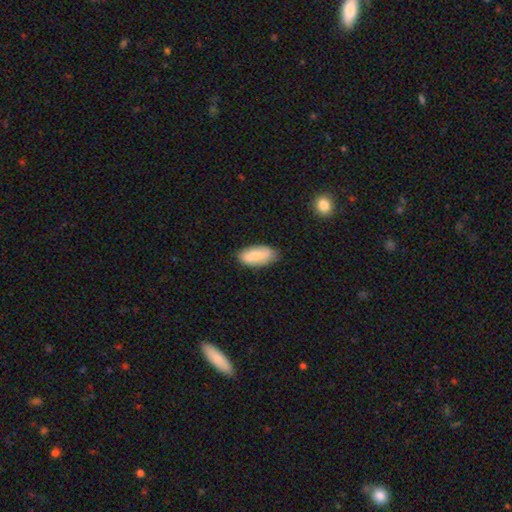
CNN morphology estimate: Overall: smooth (68%). How rounded: in between (90%). Merging: none (80%).